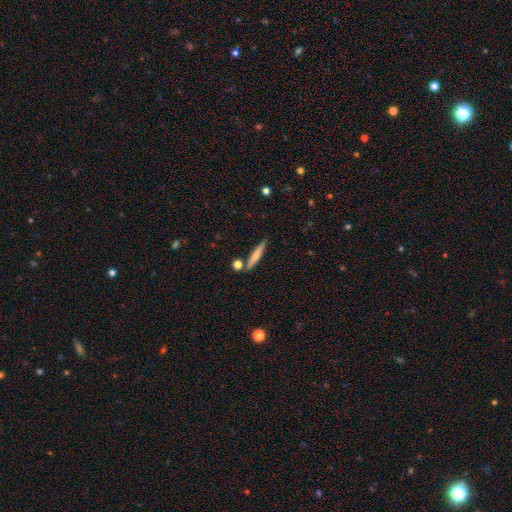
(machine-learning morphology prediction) smooth_or_featured: smooth (p=0.63) [alt: featured or disk p=0.30]
how_rounded: cigar-shaped (p=0.92) [alt: in between p=0.06]
merging: none (p=0.81) [alt: minor disturbance p=0.10]